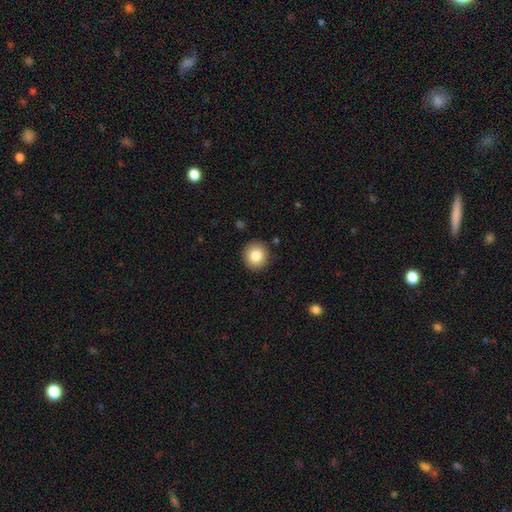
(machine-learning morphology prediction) The model was most divided on "smooth or featured": smooth: 83%, star or artifact: 9%, featured or disk: 8%. More confident: how rounded — round (91%); merging — none (90%).